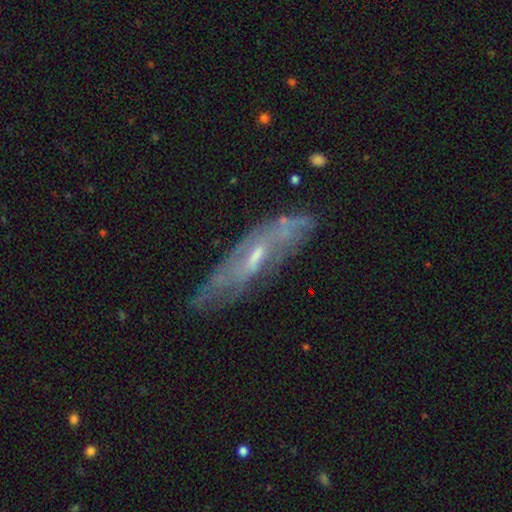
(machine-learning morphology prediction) smooth-or-featured: featured or disk: 70% | smooth: 20% | star or artifact: 10%
  disk-edge-on: no: 58% | yes: 42%
  merging: none: 74% | minor disturbance: 18% | major disturbance: 6% | merger: 2%